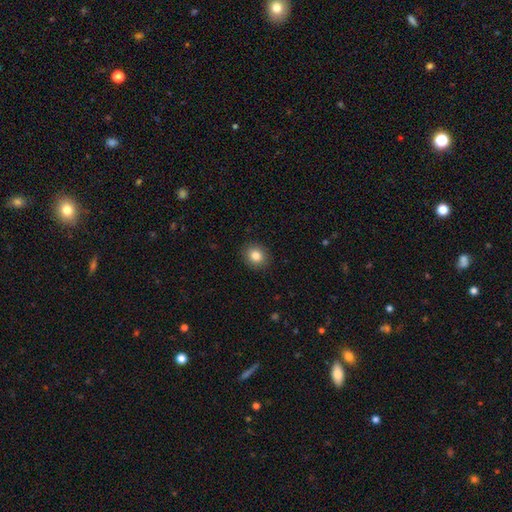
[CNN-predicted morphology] Overall: smooth (83%). How rounded: round (72%). Merging: none (90%).